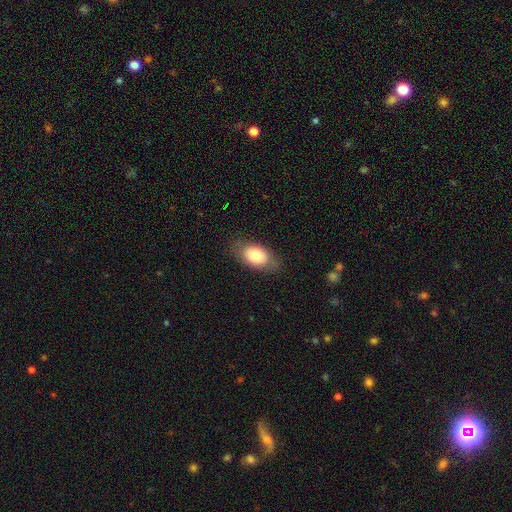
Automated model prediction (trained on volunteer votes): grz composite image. It shows a smooth galaxy with no disk features (76%) that is in between round and cigar-shaped (87%). Merging: none (77%).